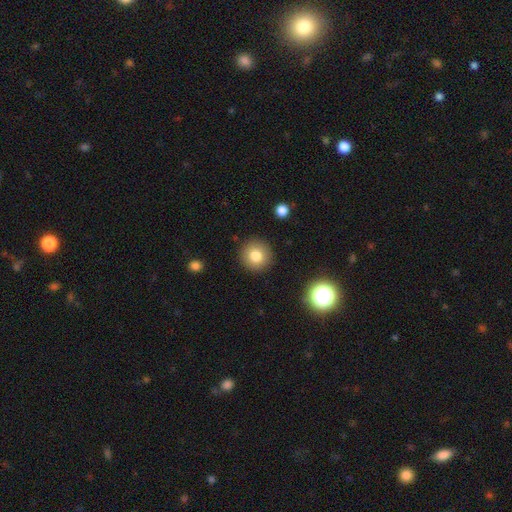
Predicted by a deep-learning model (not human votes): The model was most divided on "smooth or featured": smooth: 79%, star or artifact: 11%, featured or disk: 10%. More confident: how rounded — round (94%); merging — none (90%).